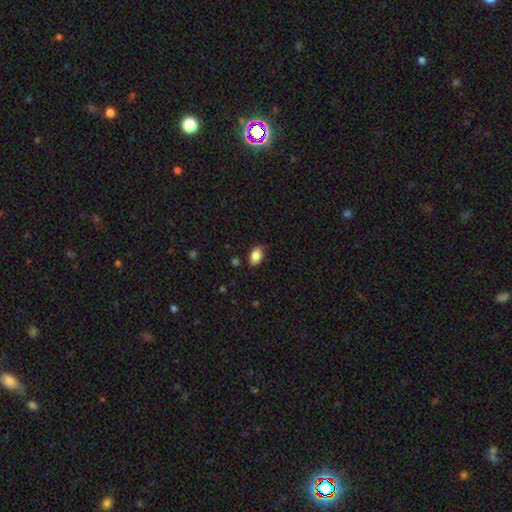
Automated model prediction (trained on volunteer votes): Smooth or featured? smooth (86%)
How rounded? in between (86%)
Merging? none (80%)